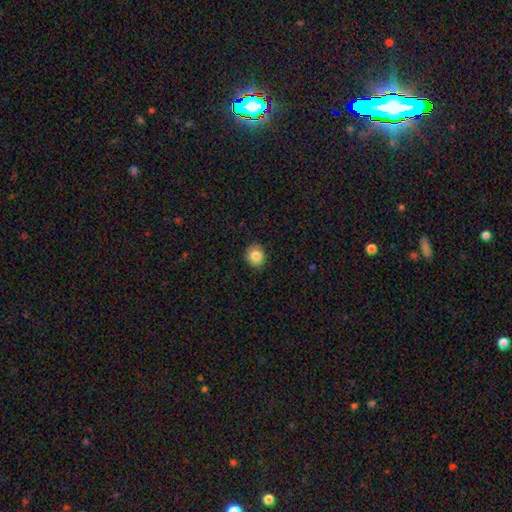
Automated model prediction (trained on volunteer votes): smooth-or-featured: smooth: 84% | star or artifact: 9% | featured or disk: 8%
  how-rounded: round: 59% | in between: 40% | cigar-shaped: 1%
  merging: none: 88% | minor disturbance: 9% | major disturbance: 2% | merger: 1%